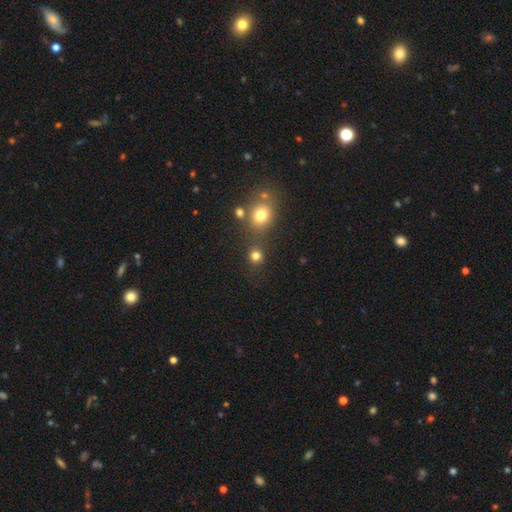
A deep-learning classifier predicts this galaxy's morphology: Q: Smooth or featured?
A: smooth (78%); runner-up: star or artifact (16%)
Q: How rounded?
A: round (88%); runner-up: in between (11%)
Q: Merging?
A: none (72%); runner-up: merger (16%)